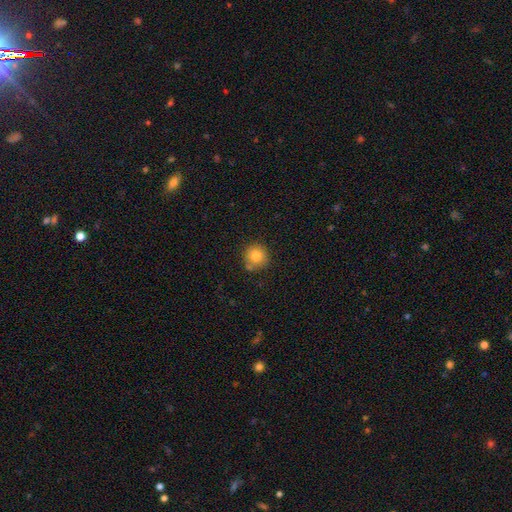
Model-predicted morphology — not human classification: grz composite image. It shows a smooth galaxy with no disk features (81%) that is round (93%). Merging: none (77%).